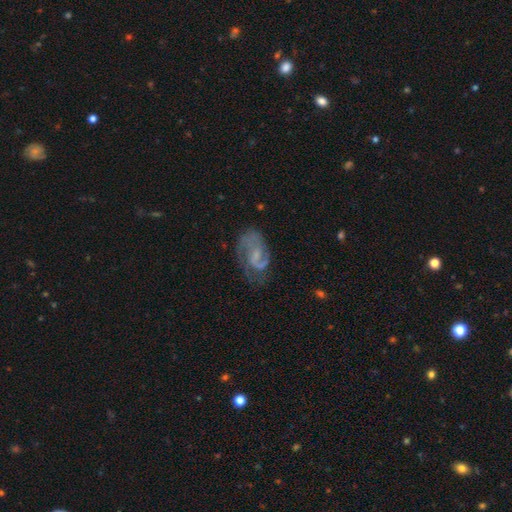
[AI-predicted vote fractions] Smooth or featured: featured or disk — 80% (smooth — 12%)
Edge-on disk: no — 97% (yes — 3%)
Bar: weak — 48% (no — 41%)
Spiral arms: yes — 94% (no — 6%)
Spiral winding: medium — 51% (loose — 25%)
Spiral arm count: 2 — 77% (1 — 11%)
Bulge size: small — 46% (none — 34%)
Merging: none — 63% (minor disturbance — 20%)